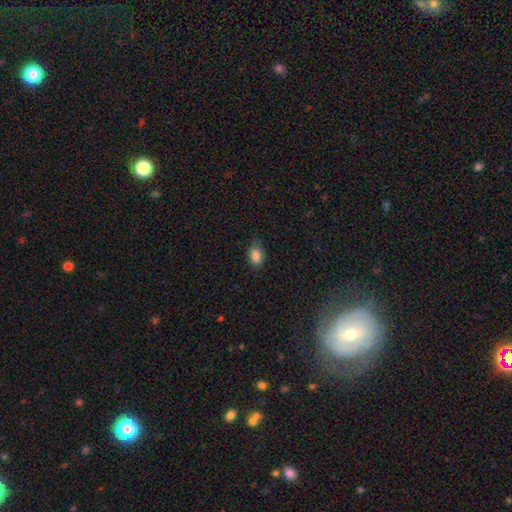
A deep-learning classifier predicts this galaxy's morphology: Smooth or featured: smooth — 86% (star or artifact — 9%)
How rounded: in between — 86% (round — 13%)
Merging: none — 71% (minor disturbance — 24%)